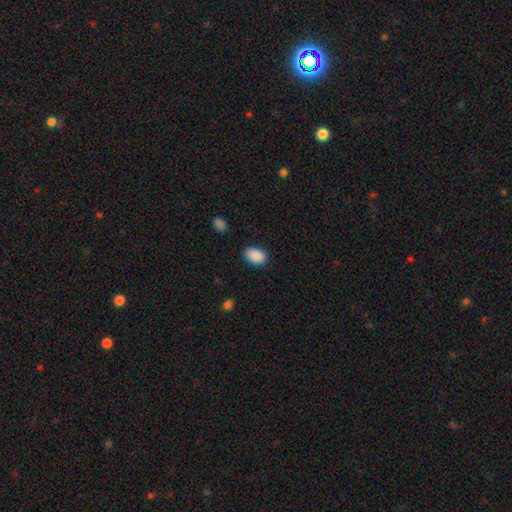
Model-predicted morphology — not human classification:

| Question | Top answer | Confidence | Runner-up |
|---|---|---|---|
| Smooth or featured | smooth | 90% | star or artifact (7%) |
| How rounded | in between | 86% | round (13%) |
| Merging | none | 84% | minor disturbance (12%) |